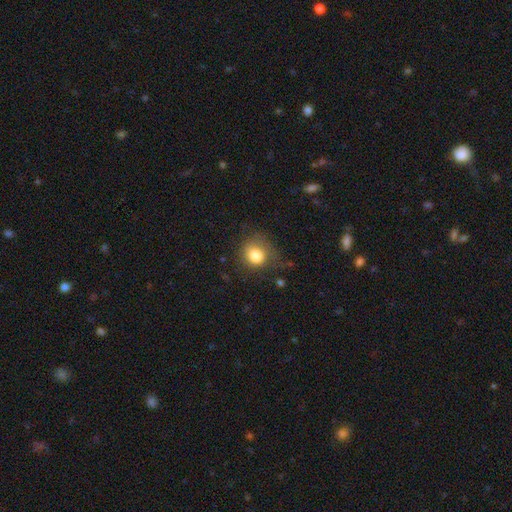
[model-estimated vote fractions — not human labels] Smooth or featured? Predicted: smooth (p=0.82). How rounded? Predicted: round (p=0.75). Merging? Predicted: none (p=0.61).